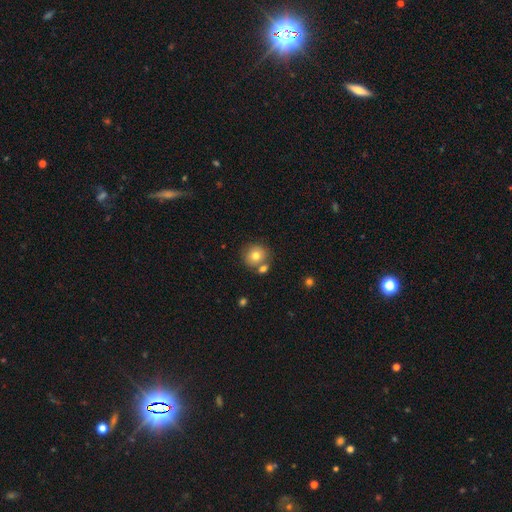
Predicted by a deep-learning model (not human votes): smooth 76%, featured or disk 14%, star or artifact 10%. Down the decision tree: how rounded — round (90%); merging — none (66%).